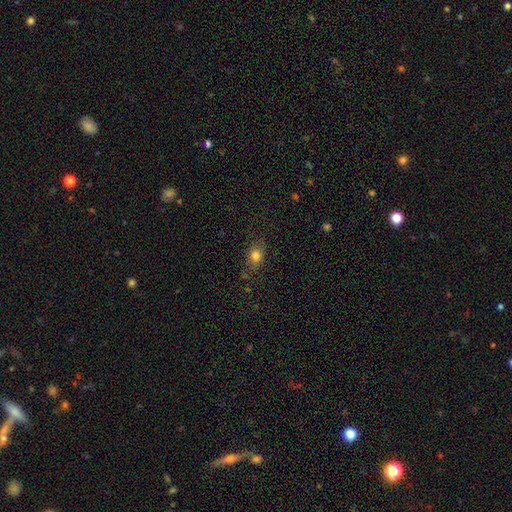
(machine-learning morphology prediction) smooth 79%, star or artifact 12%, featured or disk 8%. Down the decision tree: how rounded — in between (58%); merging — none (80%).